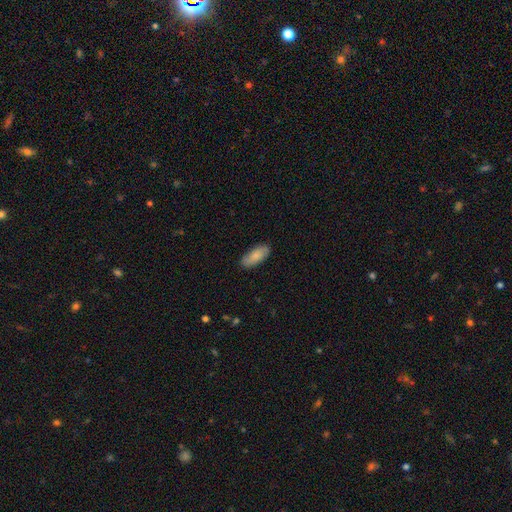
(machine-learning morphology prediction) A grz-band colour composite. It shows a smooth galaxy with no disk features (82%) that is in between round and cigar-shaped (81%). Merging: none (85%).